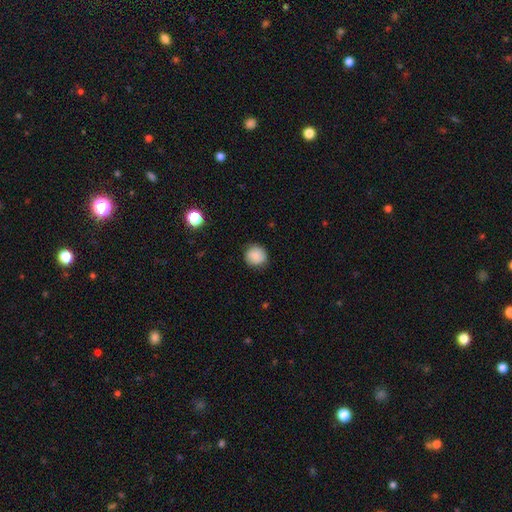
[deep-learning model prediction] smooth-or-featured: smooth: 84% | featured or disk: 8% | star or artifact: 8%
  how-rounded: round: 89% | in between: 10% | cigar-shaped: 1%
  merging: none: 84% | minor disturbance: 12% | major disturbance: 3% | merger: 1%